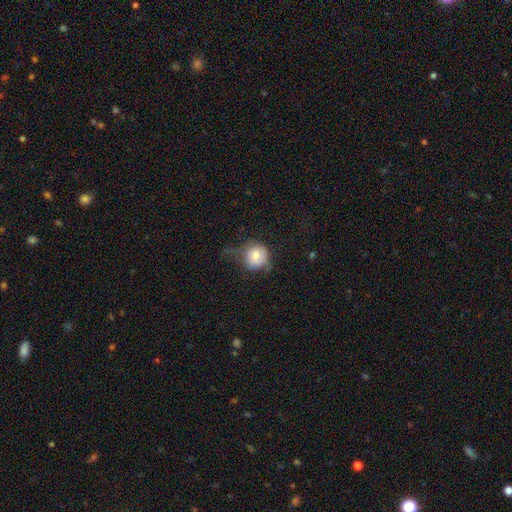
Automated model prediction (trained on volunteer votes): Smooth or featured: smooth — 68% (featured or disk — 24%)
How rounded: round — 85% (in between — 14%)
Merging: none — 37% (minor disturbance — 34%)